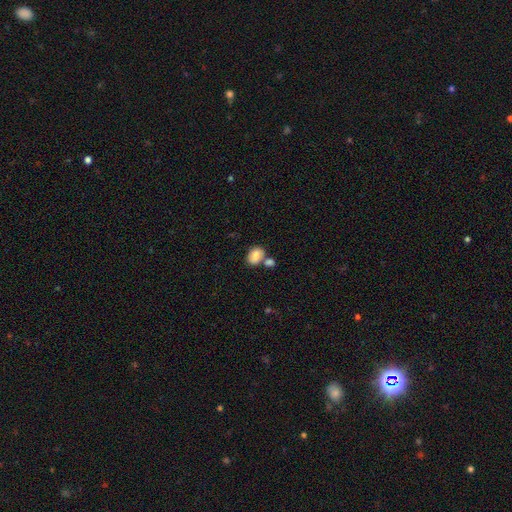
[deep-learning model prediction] smooth_or_featured: smooth (p=0.79) [alt: featured or disk p=0.13]
how_rounded: in between (p=0.73) [alt: round p=0.26]
merging: none (p=0.46) [alt: merger p=0.36]